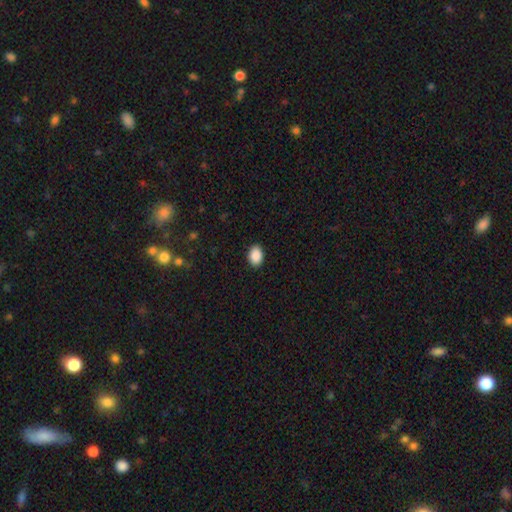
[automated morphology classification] Smooth or featured? smooth (90%)
How rounded? in between (81%)
Merging? none (90%)